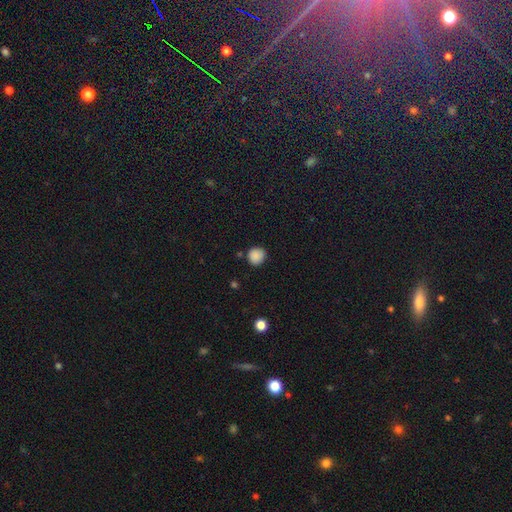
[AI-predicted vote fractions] Overall: smooth (87%). How rounded: round (91%). Merging: none (85%).